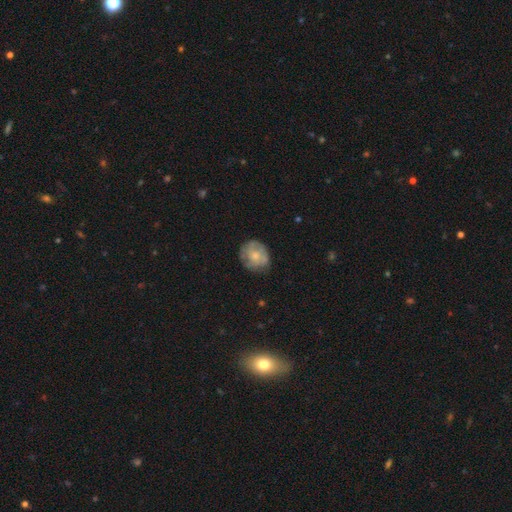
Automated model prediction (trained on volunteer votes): smooth 53%, featured or disk 40%, star or artifact 7%. Down the decision tree: how rounded — round (73%); merging — none (68%).